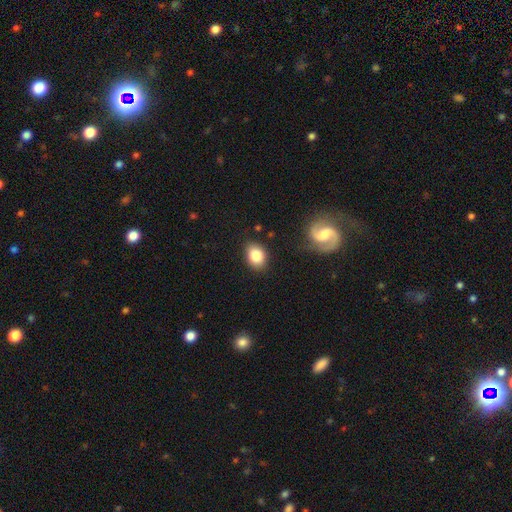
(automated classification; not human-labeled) Morphology: type=smooth (82%); roundness=in between (68%); merging=none (83%).